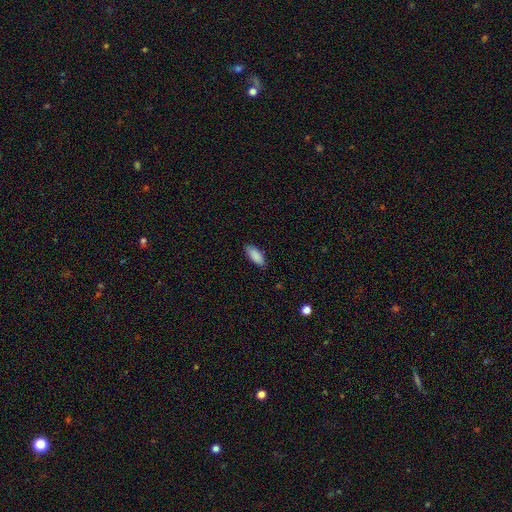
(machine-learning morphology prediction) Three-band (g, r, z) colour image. It shows a smooth galaxy with no disk features (89%) that is in between round and cigar-shaped (82%). Merging: none (85%).